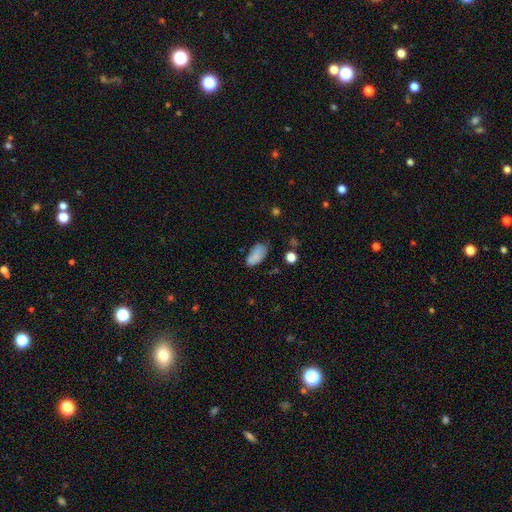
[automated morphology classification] A smooth galaxy with no disk features (81%) that is in between round and cigar-shaped (92%).

Vote fractions:
- Smooth or featured? smooth: 81% / featured or disk: 10% / star or artifact: 8%
- How rounded? in between: 92% / cigar-shaped: 4% / round: 3%
- Merging? none: 58% / minor disturbance: 29% / major disturbance: 8% / merger: 5%